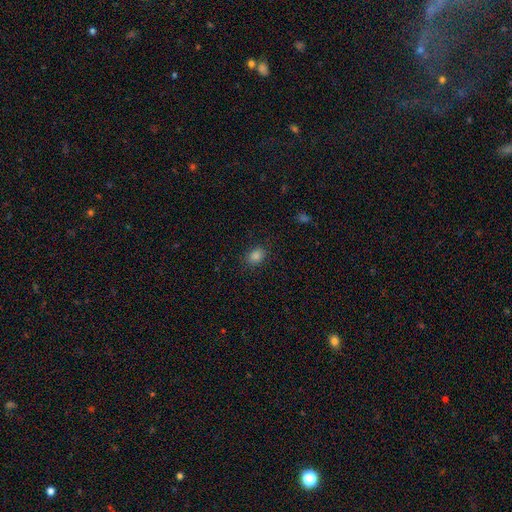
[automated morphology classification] smooth_or_featured: smooth (p=0.82) [alt: star or artifact p=0.14]
how_rounded: in between (p=0.57) [alt: round p=0.42]
merging: none (p=0.85) [alt: minor disturbance p=0.10]